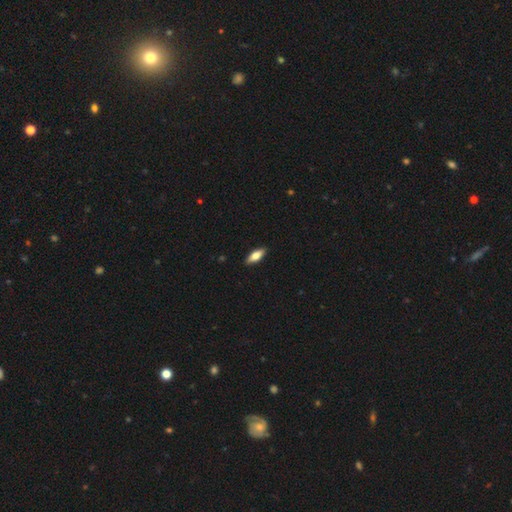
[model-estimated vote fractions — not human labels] Smooth or featured? smooth (71%)
How rounded? in between (69%)
Merging? none (89%)